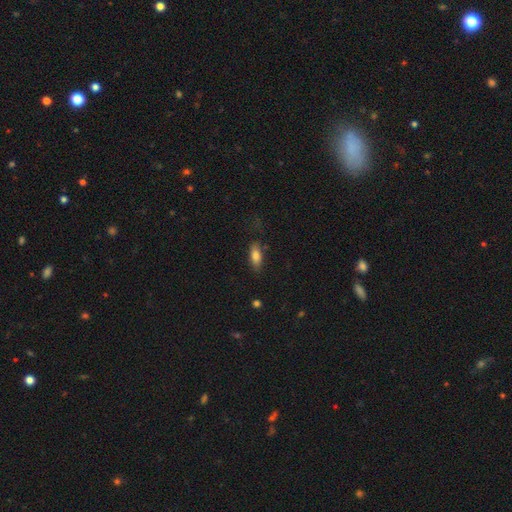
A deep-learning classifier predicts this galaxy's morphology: smooth 79%, featured or disk 13%, star or artifact 8%. Down the decision tree: how rounded — in between (79%); merging — none (77%).